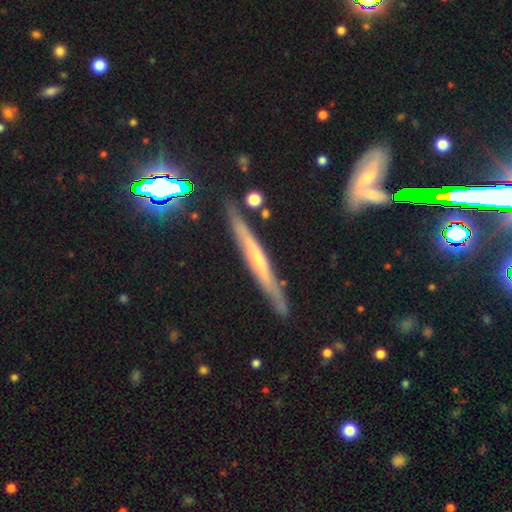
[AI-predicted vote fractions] A featured or disk galaxy (67%) viewed edge-on (95%) with a rounded central bulge (50%). Merging: none (85%).